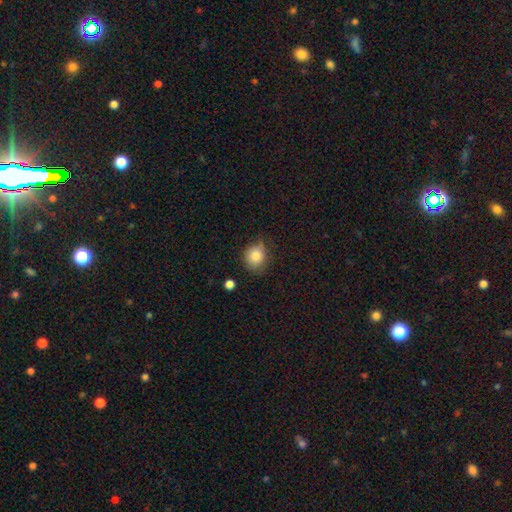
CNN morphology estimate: Smooth or featured: smooth — 83% (star or artifact — 9%)
How rounded: round — 70% (in between — 29%)
Merging: none — 65% (minor disturbance — 26%)